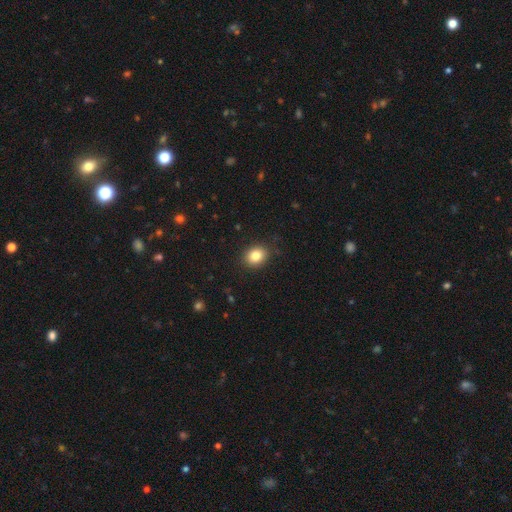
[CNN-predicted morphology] Smooth or featured? Predicted: smooth (p=0.84). How rounded? Predicted: round (p=0.53). Merging? Predicted: none (p=0.88).